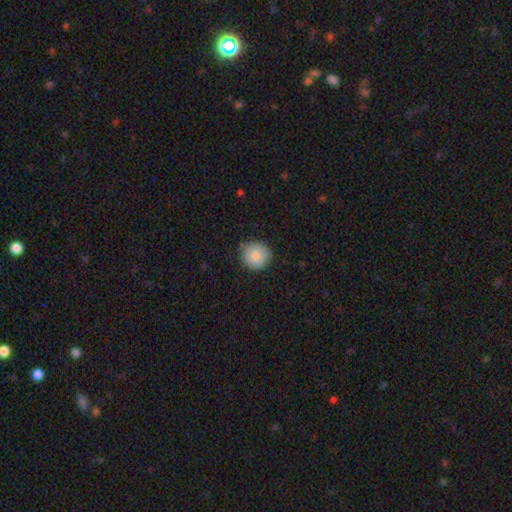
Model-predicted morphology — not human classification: smooth-or-featured: smooth: 85% | star or artifact: 8% | featured or disk: 7%
  how-rounded: round: 94% | in between: 5% | cigar-shaped: 1%
  merging: none: 87% | minor disturbance: 9% | major disturbance: 2% | merger: 1%